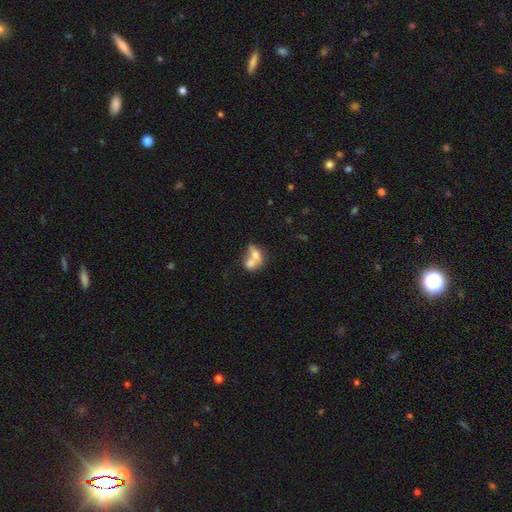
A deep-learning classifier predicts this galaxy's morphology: A smooth galaxy with no disk features (65%) that is in between round and cigar-shaped (63%). Merging: merger (70%).